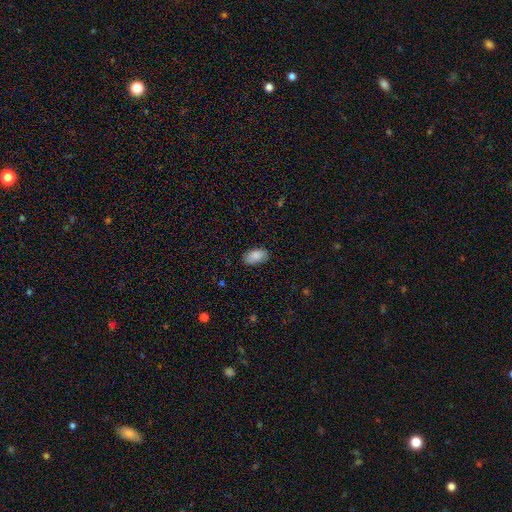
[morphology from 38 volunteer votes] Smooth or featured? 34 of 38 (89%) said smooth. How rounded? 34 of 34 (100%) said in between. Merging? 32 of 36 (89%) said none.